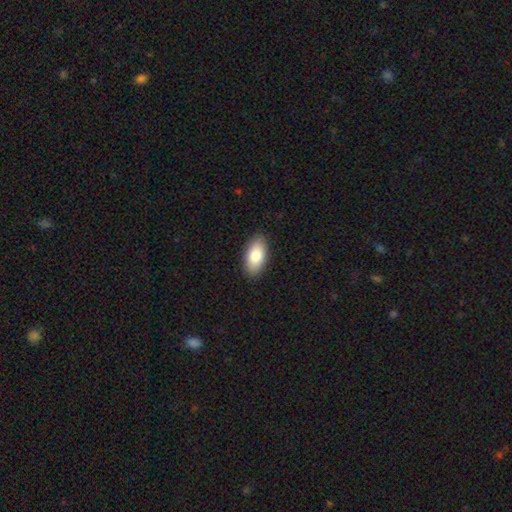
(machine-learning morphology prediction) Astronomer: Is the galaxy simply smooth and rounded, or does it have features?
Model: smooth — 84%.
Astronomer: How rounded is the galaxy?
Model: in between — 93%.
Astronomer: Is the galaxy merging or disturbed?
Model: none — 89%.